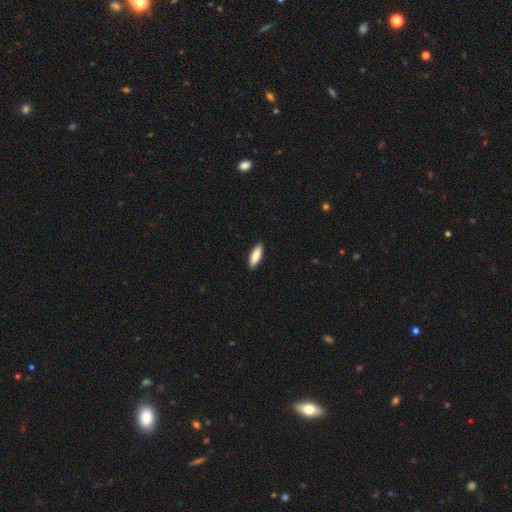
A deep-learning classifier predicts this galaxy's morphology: Smooth or featured: smooth — 85% (featured or disk — 10%)
How rounded: in between — 52% (cigar-shaped — 47%)
Merging: none — 90% (minor disturbance — 8%)